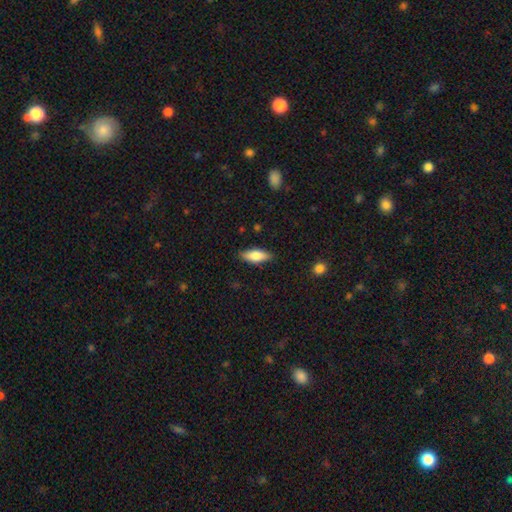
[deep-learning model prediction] This appears to be a smooth galaxy with no disk features (72%) that is in between round and cigar-shaped (70%). Merging: none (86%).